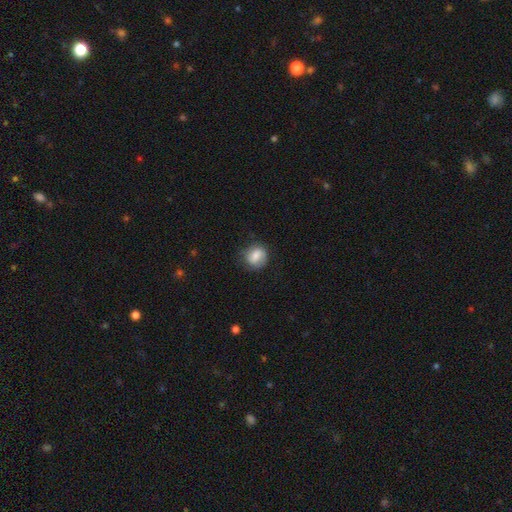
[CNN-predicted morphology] smooth 70%, featured or disk 23%, star or artifact 8%. Down the decision tree: how rounded — round (71%); merging — none (69%).